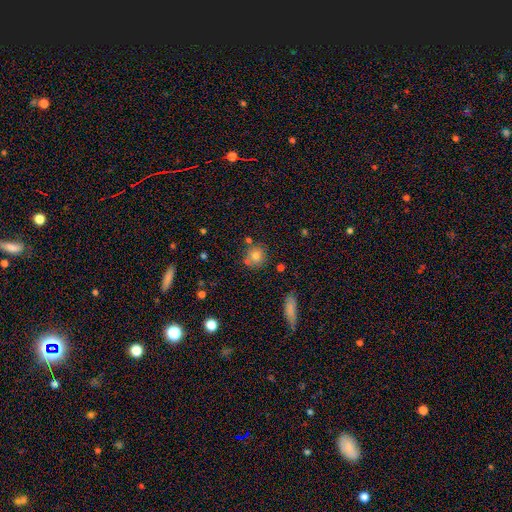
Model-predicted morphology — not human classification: A smooth galaxy with no disk features (76%) that is round (88%).

Vote fractions:
- Smooth or featured? smooth: 76% / star or artifact: 12% / featured or disk: 12%
- How rounded? round: 88% / in between: 11% / cigar-shaped: 1%
- Merging? none: 71% / merger: 13% / minor disturbance: 12% / major disturbance: 4%